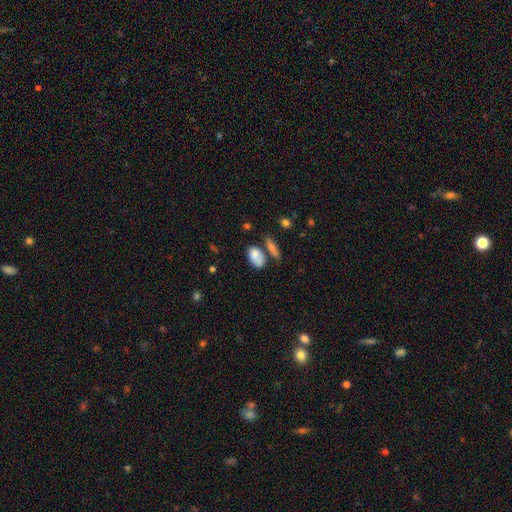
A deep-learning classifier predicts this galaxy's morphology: A smooth galaxy with no disk features (81%) that is in between round and cigar-shaped (89%). Merging: none (49%).